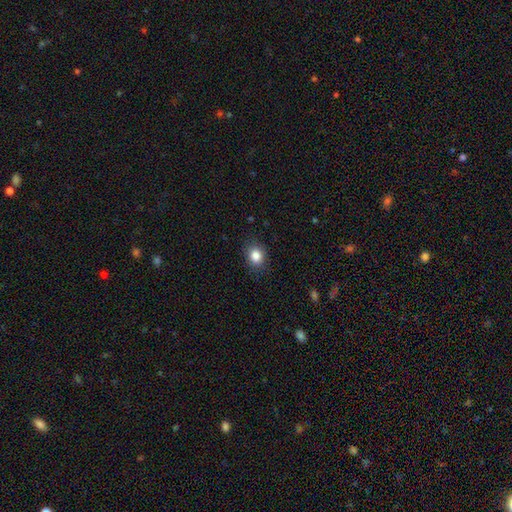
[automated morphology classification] Q: Smooth or featured?
A: smooth (84%); runner-up: star or artifact (10%)
Q: How rounded?
A: in between (50%); runner-up: round (49%)
Q: Merging?
A: none (85%); runner-up: minor disturbance (11%)